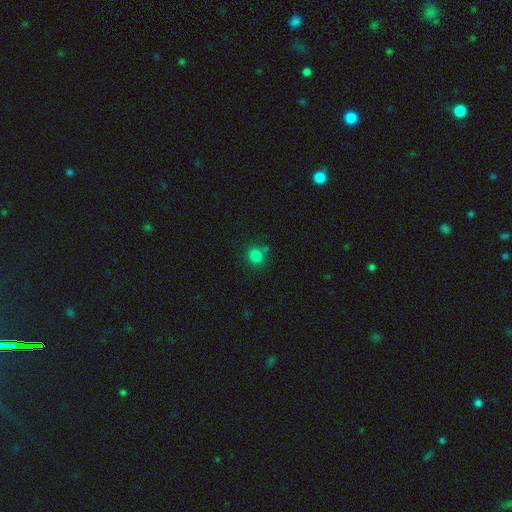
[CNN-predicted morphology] A smooth galaxy with no disk features (82%) that is round (84%).

Vote fractions:
- Smooth or featured? smooth: 82% / star or artifact: 14% / featured or disk: 5%
- How rounded? round: 84% / in between: 15% / cigar-shaped: 1%
- Merging? none: 71% / minor disturbance: 13% / merger: 12% / major disturbance: 4%